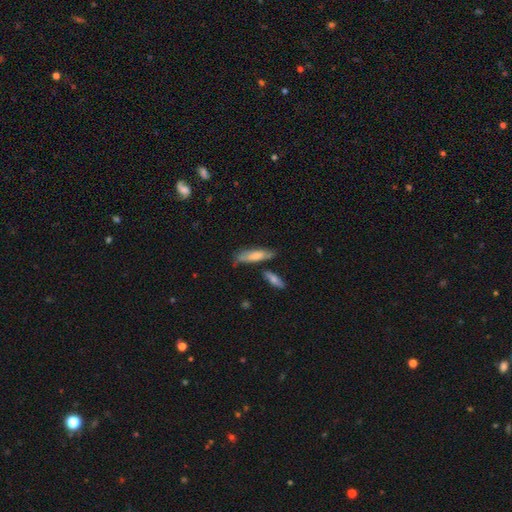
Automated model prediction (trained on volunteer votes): Morphology: type=smooth (68%); roundness=cigar-shaped (56%); merging=none (62%).